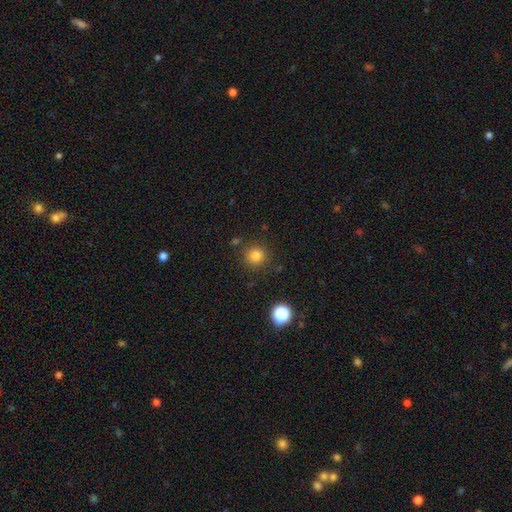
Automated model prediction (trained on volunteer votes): The model was most divided on "smooth or featured": smooth: 81%, star or artifact: 14%, featured or disk: 6%. More confident: how rounded — round (93%); merging — none (86%).